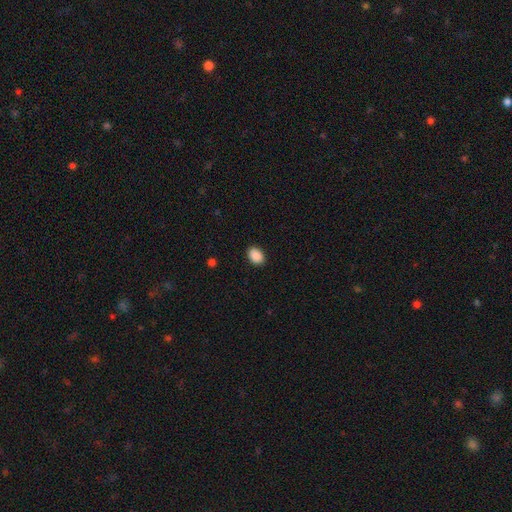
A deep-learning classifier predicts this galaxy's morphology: type=smooth (90%); roundness=in between (77%); merging=none (90%).